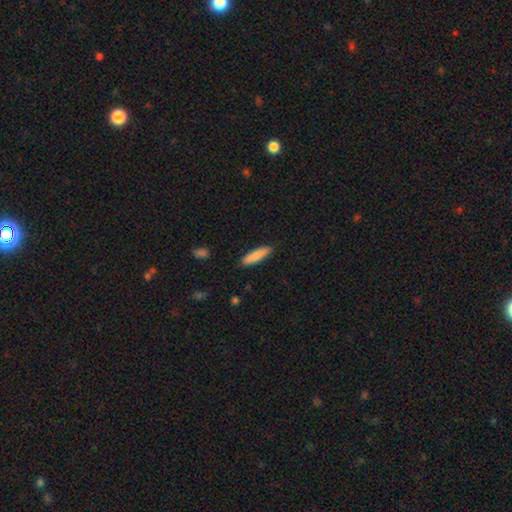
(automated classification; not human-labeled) Smooth or featured? Predicted: smooth (p=0.85). How rounded? Predicted: cigar-shaped (p=0.71). Merging? Predicted: none (p=0.88).